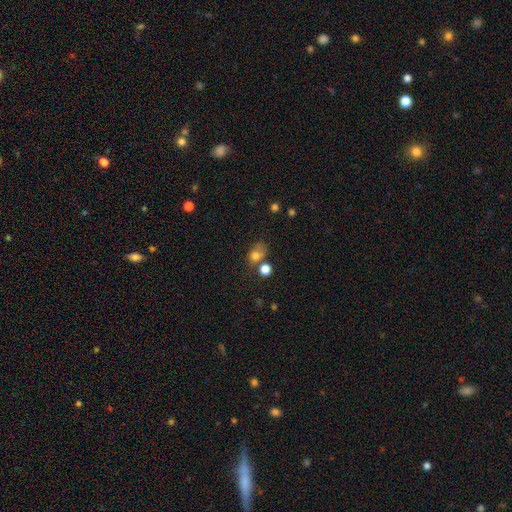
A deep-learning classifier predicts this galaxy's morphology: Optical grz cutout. It shows a smooth galaxy with no disk features (74%) that is in between round and cigar-shaped (49%, tied with round). Merging: none (39%).